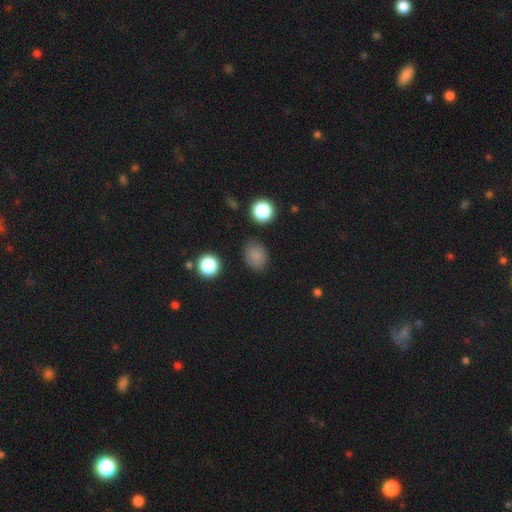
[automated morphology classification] Smooth or featured: smooth — 81% (star or artifact — 14%)
How rounded: in between — 55% (round — 44%)
Merging: none — 81% (minor disturbance — 13%)